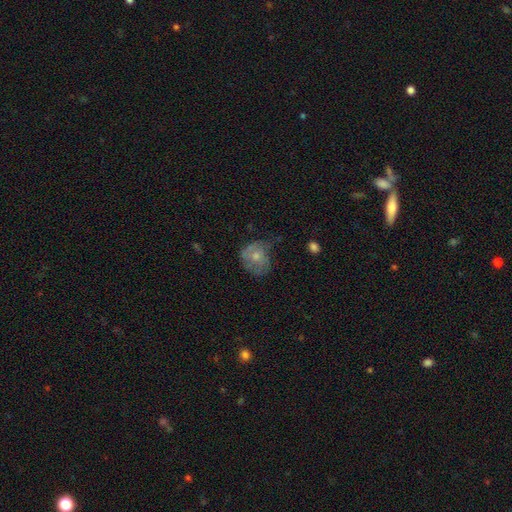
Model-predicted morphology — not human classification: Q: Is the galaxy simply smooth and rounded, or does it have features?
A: smooth — 51%.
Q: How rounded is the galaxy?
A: round — 64%.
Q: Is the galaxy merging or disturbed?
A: none — 39%.